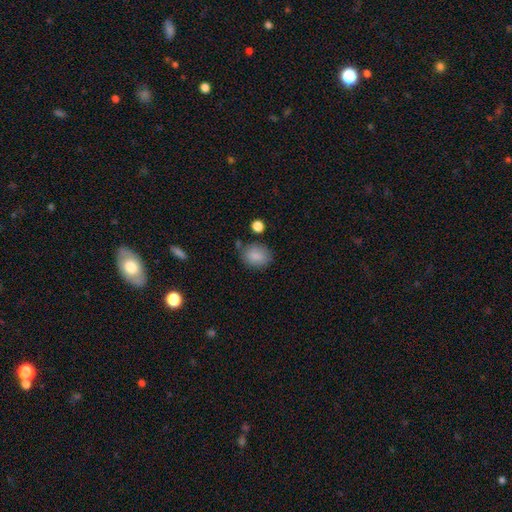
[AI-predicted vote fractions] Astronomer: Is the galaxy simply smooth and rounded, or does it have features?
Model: smooth — 87%.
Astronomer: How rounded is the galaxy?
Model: in between — 58% (runner-up: round, 41%).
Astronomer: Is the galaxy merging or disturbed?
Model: none — 74%.